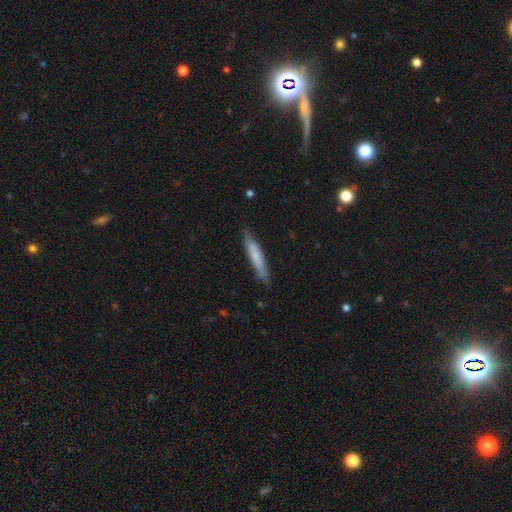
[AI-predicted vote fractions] Smooth or featured: smooth — 68% (featured or disk — 27%)
How rounded: cigar-shaped — 92% (in between — 7%)
Merging: none — 84% (minor disturbance — 13%)